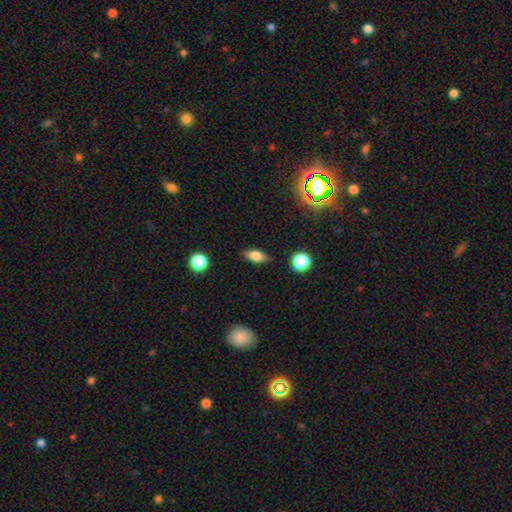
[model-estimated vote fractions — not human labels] The model was most divided on "smooth or featured": smooth: 64%, featured or disk: 26%, star or artifact: 10%. More confident: merging — none (84%); how rounded — in between (76%).